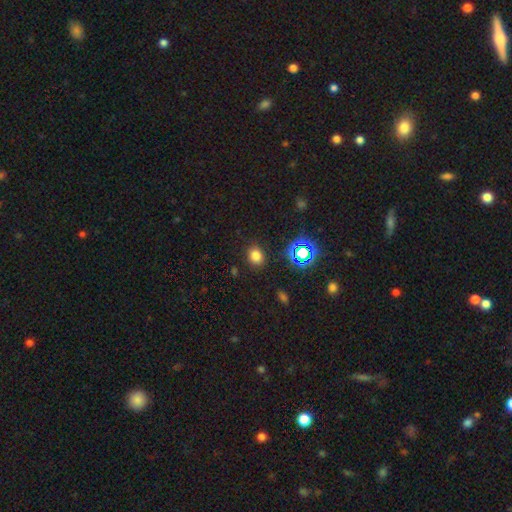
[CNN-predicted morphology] This appears to be a smooth galaxy with no disk features (74%) that is round (63%). Merging: none (87%).